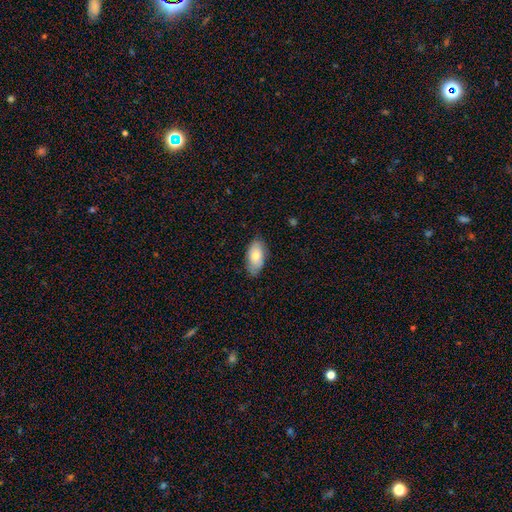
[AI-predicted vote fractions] smooth_or_featured: smooth (p=0.77) [alt: featured or disk p=0.17]
how_rounded: in between (p=0.93) [alt: round p=0.03]
merging: none (p=0.79) [alt: minor disturbance p=0.17]